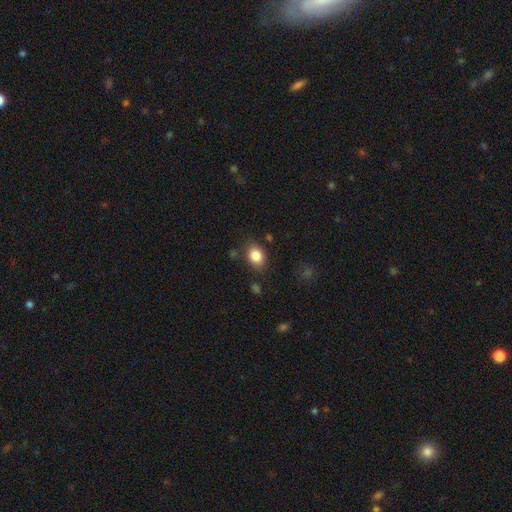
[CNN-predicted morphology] smooth_or_featured: smooth (p=0.84) [alt: star or artifact p=0.10]
how_rounded: in between (p=0.57) [alt: round p=0.42]
merging: none (p=0.81) [alt: minor disturbance p=0.13]